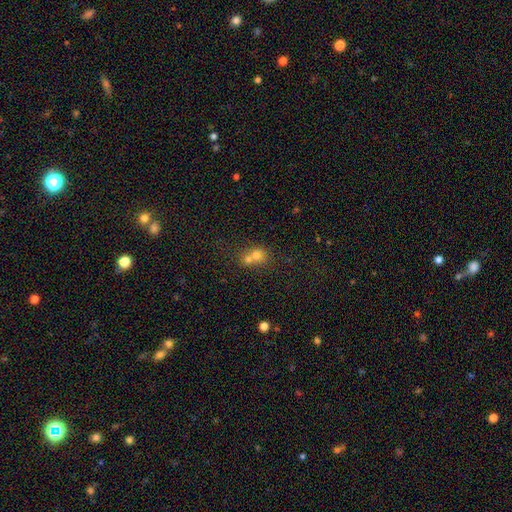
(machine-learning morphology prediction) Smooth or featured? Predicted: smooth (p=0.67). How rounded? Predicted: round (p=0.77). Merging? Predicted: merger (p=0.59).